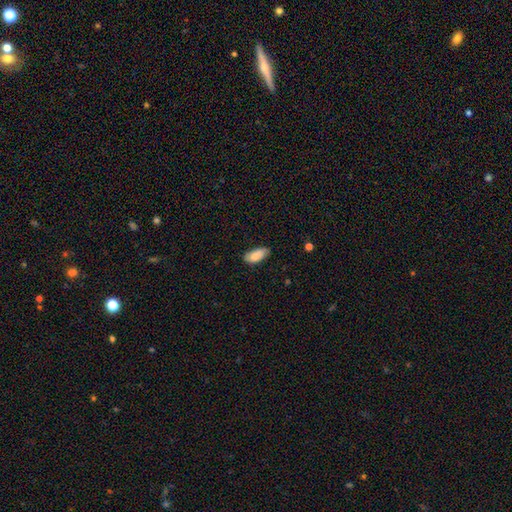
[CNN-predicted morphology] smooth 82%, featured or disk 12%, star or artifact 6%. Down the decision tree: how rounded — in between (89%); merging — none (71%).